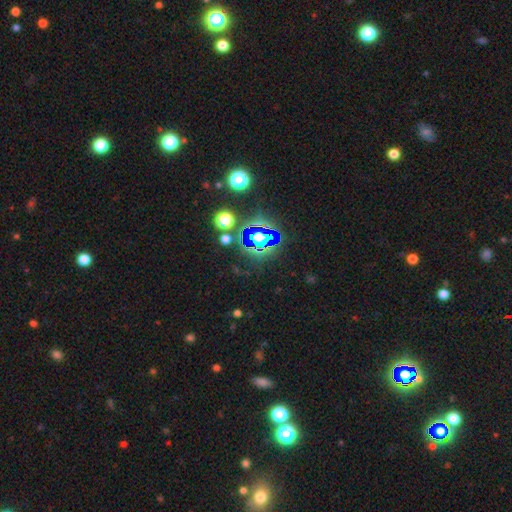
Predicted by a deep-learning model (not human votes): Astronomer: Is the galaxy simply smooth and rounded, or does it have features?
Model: star or artifact — 74%.